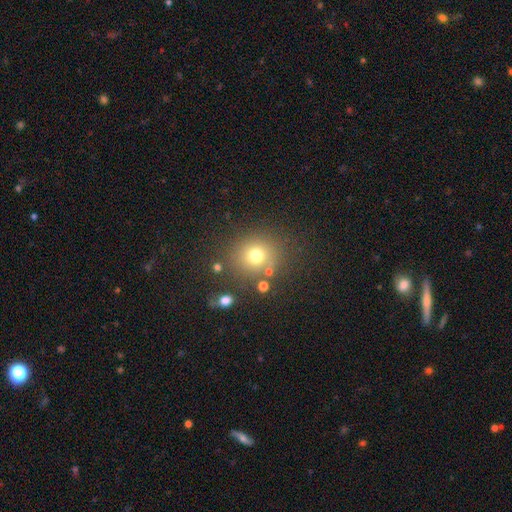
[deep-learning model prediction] Overall: smooth (72%). How rounded: round (82%). Merging: none (79%).